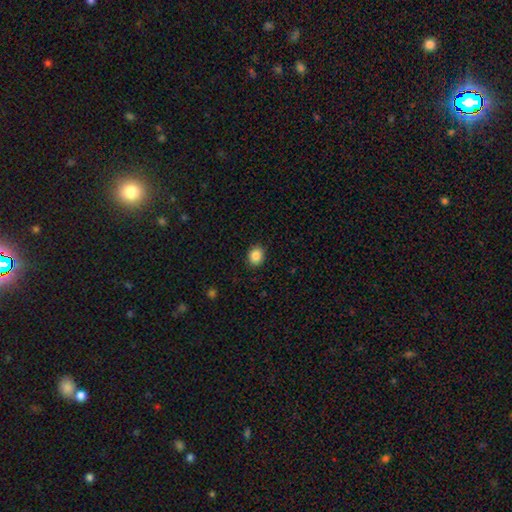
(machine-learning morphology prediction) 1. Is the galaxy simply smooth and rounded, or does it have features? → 84% smooth, 10% star or artifact, 6% featured or disk.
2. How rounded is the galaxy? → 61% round, 38% in between, 1% cigar-shaped.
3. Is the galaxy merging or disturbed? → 90% none, 7% minor disturbance, 2% major disturbance, 1% merger.